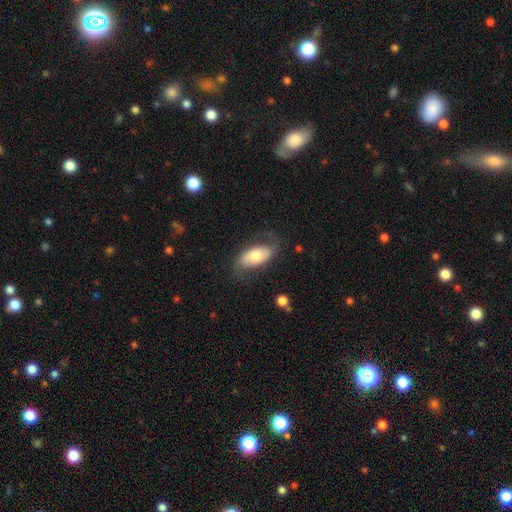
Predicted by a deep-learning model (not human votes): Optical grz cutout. It shows a smooth galaxy with no disk features (50%) that is in between round and cigar-shaped (91%). Merging: none (64%).